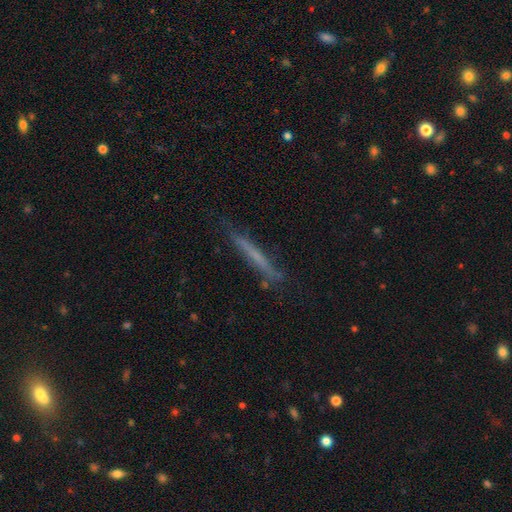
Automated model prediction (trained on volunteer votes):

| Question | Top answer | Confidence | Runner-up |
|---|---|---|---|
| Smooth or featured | smooth | 48% | featured or disk (44%) |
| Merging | none | 79% | minor disturbance (15%) |